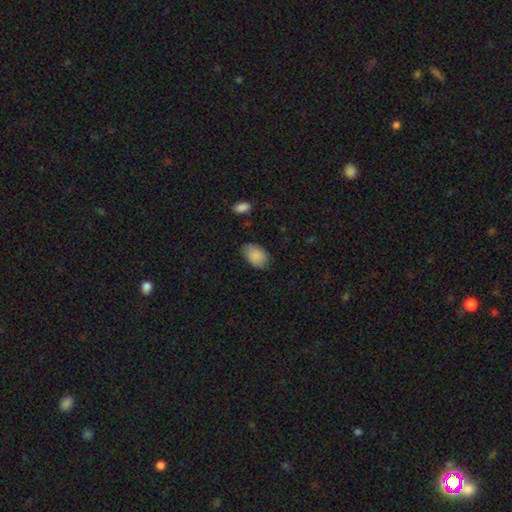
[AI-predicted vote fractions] A smooth galaxy with no disk features (89%) that is in between round and cigar-shaped (87%). Merging: none (75%).